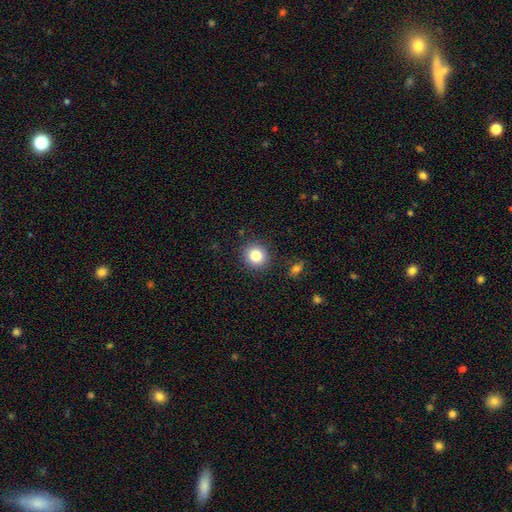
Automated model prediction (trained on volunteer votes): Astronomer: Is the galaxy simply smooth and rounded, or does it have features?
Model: smooth — 82%.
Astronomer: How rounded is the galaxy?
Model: round — 88%.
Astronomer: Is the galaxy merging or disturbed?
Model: none — 88%.